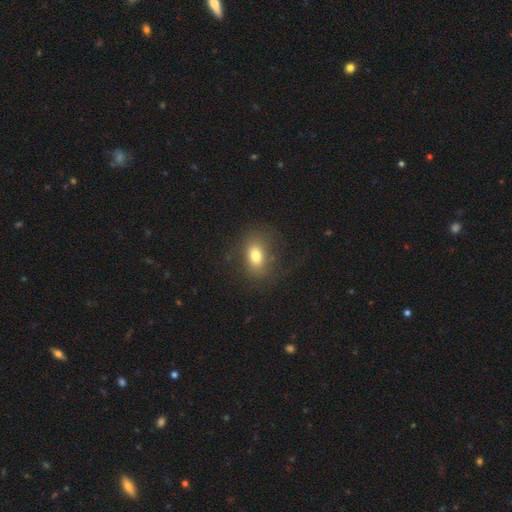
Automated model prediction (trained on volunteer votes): Smooth or featured: smooth — 75% (featured or disk — 14%)
How rounded: in between — 77% (round — 21%)
Merging: none — 72% (minor disturbance — 16%)